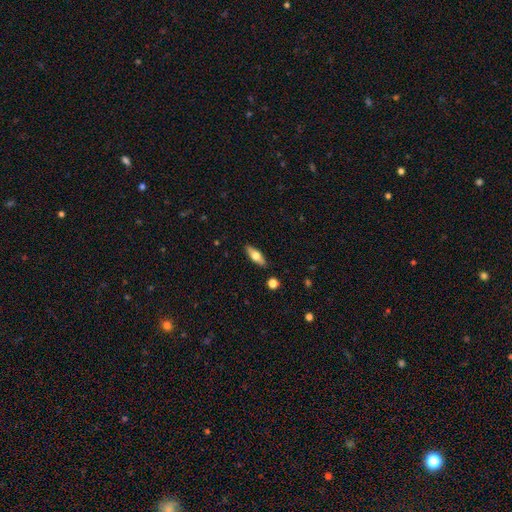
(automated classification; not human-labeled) A smooth galaxy with no disk features (57%) that is in between round and cigar-shaped (62%).

Vote fractions:
- Smooth or featured? smooth: 57% / featured or disk: 37% / star or artifact: 6%
- How rounded? in between: 62% / cigar-shaped: 35% / round: 3%
- Merging? none: 88% / minor disturbance: 9% / major disturbance: 2% / merger: 2%